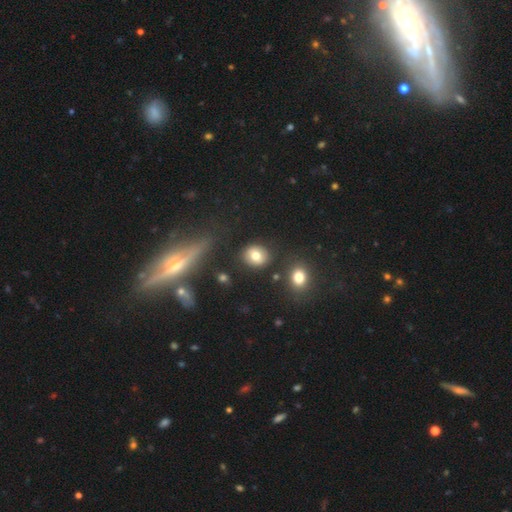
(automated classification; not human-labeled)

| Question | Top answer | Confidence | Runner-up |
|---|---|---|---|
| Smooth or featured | smooth | 77% | featured or disk (12%) |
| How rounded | round | 74% | in between (25%) |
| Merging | none | 84% | minor disturbance (9%) |